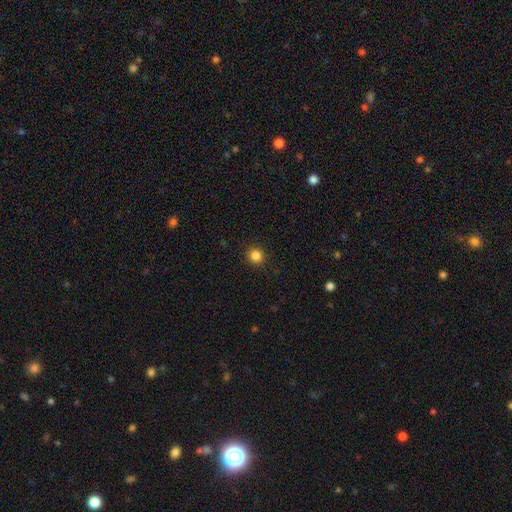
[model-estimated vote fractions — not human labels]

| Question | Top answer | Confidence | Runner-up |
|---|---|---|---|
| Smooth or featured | smooth | 85% | star or artifact (12%) |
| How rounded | round | 94% | in between (5%) |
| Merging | none | 92% | minor disturbance (5%) |